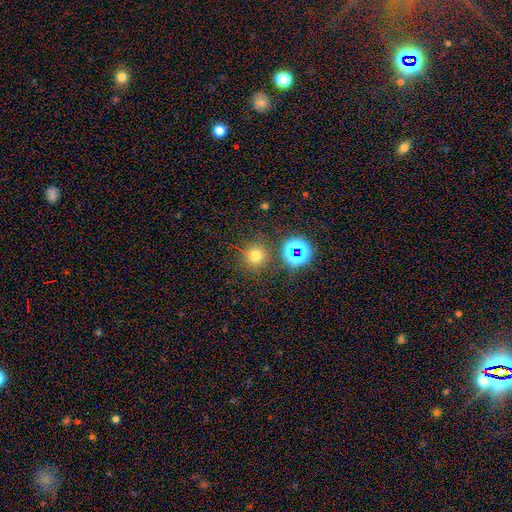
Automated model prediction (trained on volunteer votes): Smooth or featured? smooth (66%)
How rounded? round (93%)
Merging? none (84%)